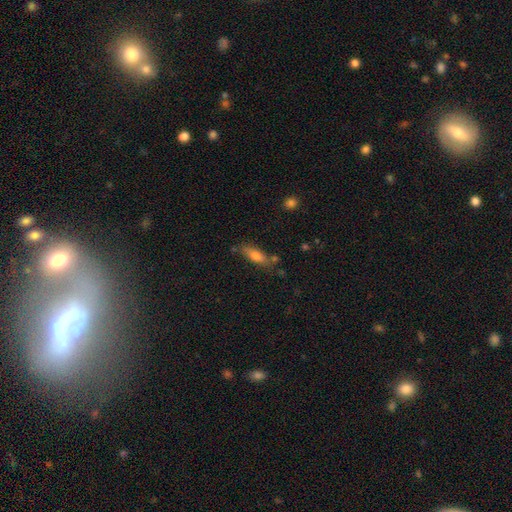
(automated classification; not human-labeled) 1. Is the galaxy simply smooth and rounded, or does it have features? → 72% smooth, 21% featured or disk, 7% star or artifact.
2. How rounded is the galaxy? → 58% in between, 40% cigar-shaped, 3% round.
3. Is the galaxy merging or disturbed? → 69% none, 18% minor disturbance, 8% merger, 5% major disturbance.